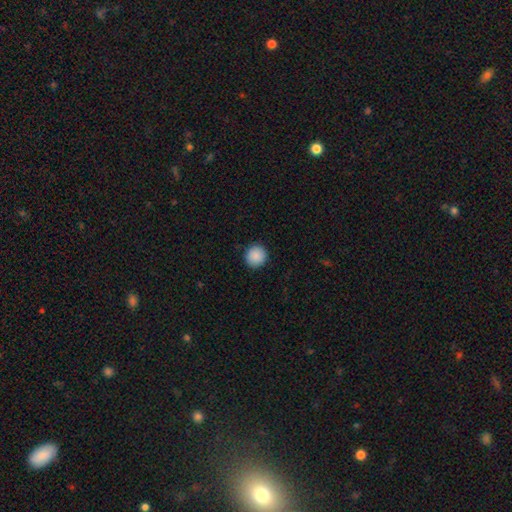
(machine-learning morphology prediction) smooth 90%, star or artifact 8%, featured or disk 3%. Down the decision tree: how rounded — round (93%); merging — none (92%).